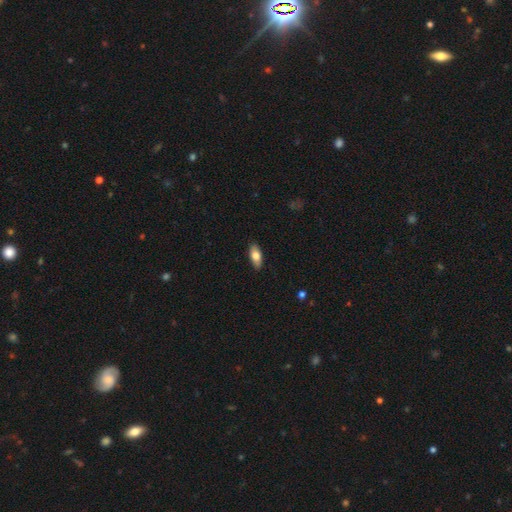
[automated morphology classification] A smooth galaxy with no disk features (77%) that is in between round and cigar-shaped (85%). Merging: none (87%).